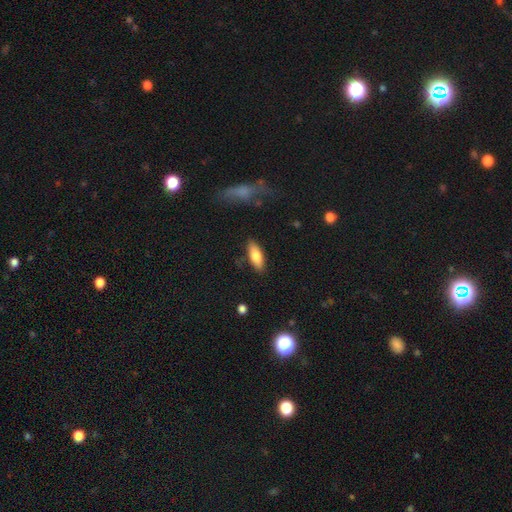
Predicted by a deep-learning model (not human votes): smooth_or_featured: smooth (p=0.77) [alt: featured or disk p=0.17]
how_rounded: in between (p=0.70) [alt: cigar-shaped p=0.27]
merging: none (p=0.84) [alt: minor disturbance p=0.11]